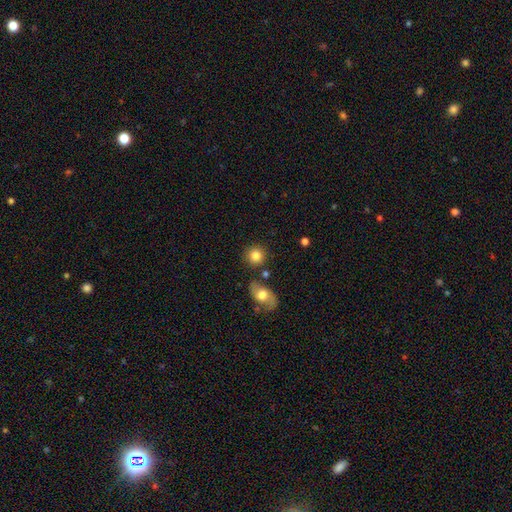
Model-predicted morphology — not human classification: This appears to be a smooth galaxy with no disk features (83%) that is round (89%). Merging: none (81%).